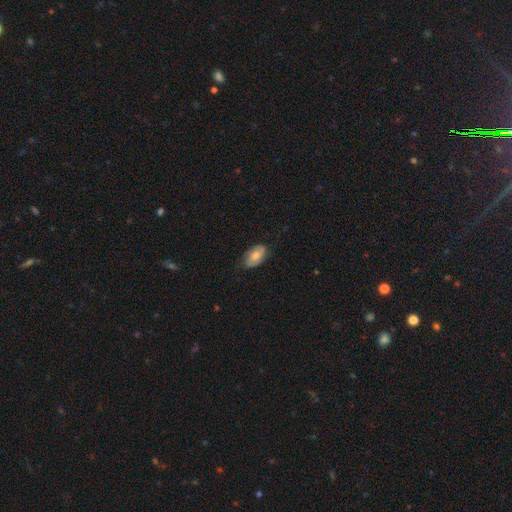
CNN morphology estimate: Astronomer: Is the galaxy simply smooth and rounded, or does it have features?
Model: smooth — 61%.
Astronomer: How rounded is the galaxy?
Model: in between — 92%.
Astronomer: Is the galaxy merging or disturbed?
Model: none — 71%.